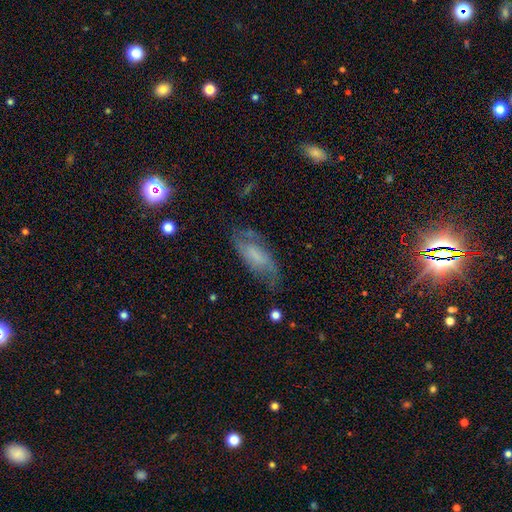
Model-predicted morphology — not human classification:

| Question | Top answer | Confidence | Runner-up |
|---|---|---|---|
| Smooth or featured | featured or disk | 56% | smooth (34%) |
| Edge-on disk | no | 89% | yes (11%) |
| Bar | no | 51% | weak (37%) |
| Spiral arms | yes | 81% | no (19%) |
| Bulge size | none | 47% | small (23%) |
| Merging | none | 60% | minor disturbance (24%) |